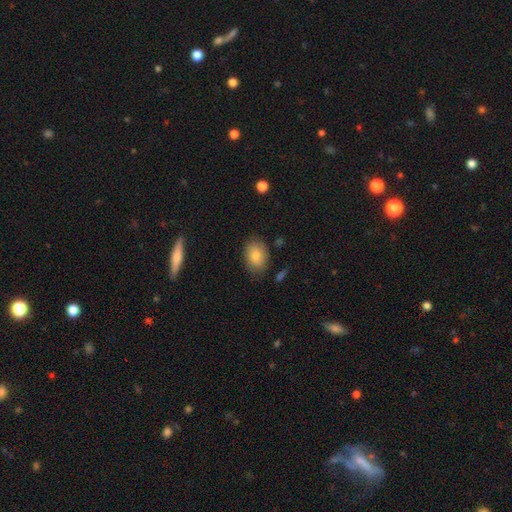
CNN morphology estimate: smooth 80%, featured or disk 12%, star or artifact 7%. Down the decision tree: how rounded — in between (79%); merging — none (79%).